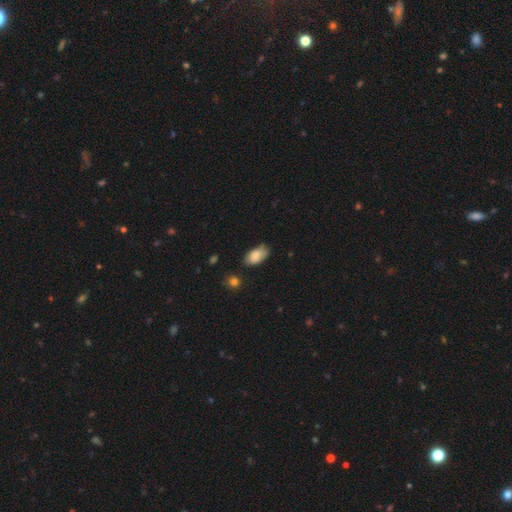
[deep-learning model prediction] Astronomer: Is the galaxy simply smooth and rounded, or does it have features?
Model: smooth — 82%.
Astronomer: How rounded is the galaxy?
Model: in between — 94%.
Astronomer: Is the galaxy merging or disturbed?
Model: none — 72%.